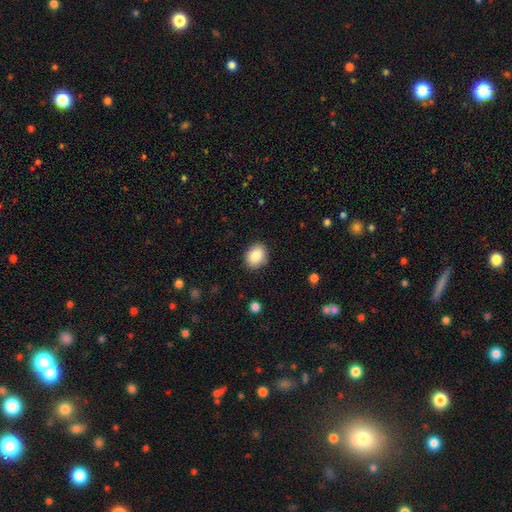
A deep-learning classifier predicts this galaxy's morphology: Smooth or featured: smooth — 87% (star or artifact — 8%)
How rounded: in between — 54% (round — 46%)
Merging: none — 88% (minor disturbance — 9%)